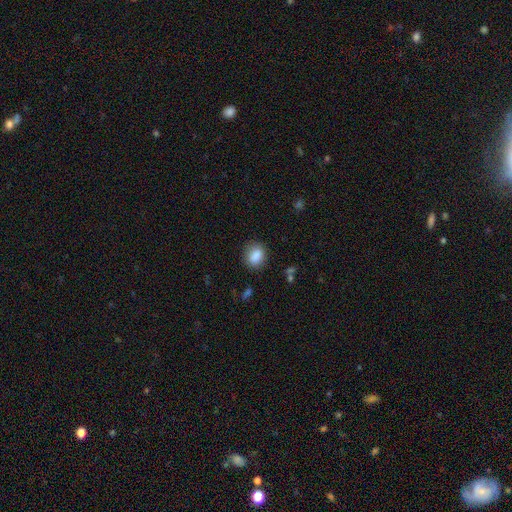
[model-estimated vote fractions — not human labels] Morphology: type=smooth (86%); roundness=in between (51%); merging=none (81%).